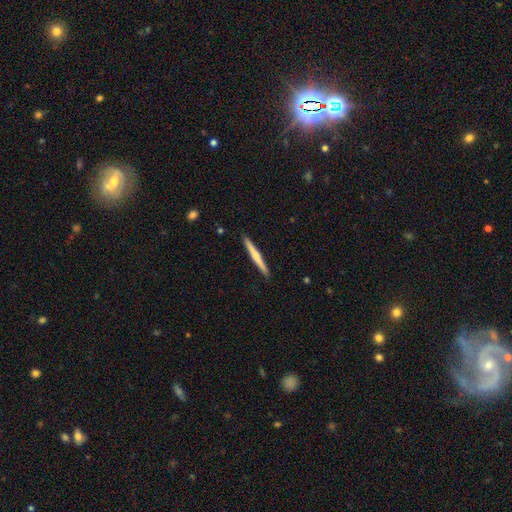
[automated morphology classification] A smooth galaxy with no disk features (48%). Merging: none (92%).